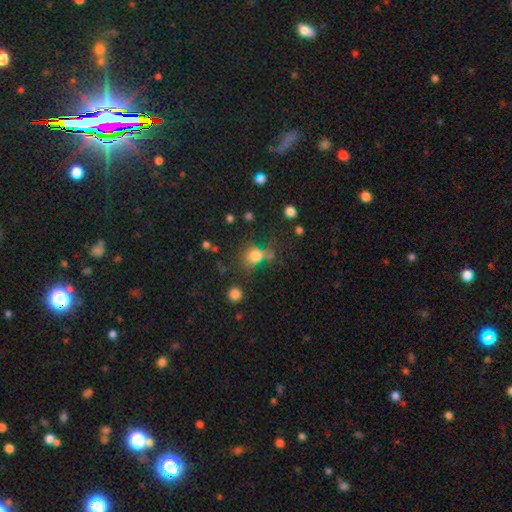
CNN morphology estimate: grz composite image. It shows a smooth galaxy with no disk features (76%) that is round (70%). Merging: none (53%).